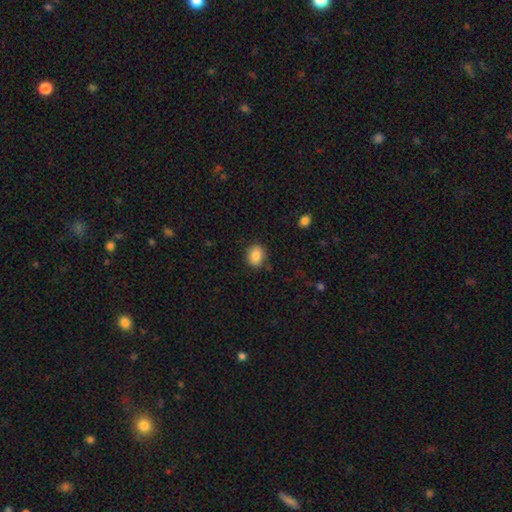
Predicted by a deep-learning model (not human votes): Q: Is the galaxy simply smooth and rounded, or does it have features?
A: smooth — 86%.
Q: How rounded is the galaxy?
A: in between — 53%.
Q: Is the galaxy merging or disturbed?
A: none — 83%.